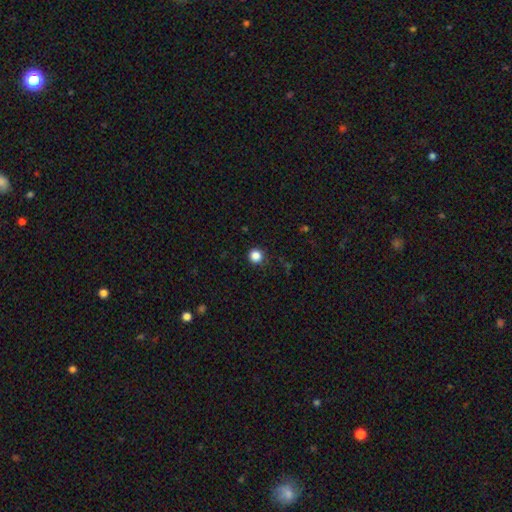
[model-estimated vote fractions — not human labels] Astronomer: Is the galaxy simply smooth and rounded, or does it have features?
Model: smooth — 85%.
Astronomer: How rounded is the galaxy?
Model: round — 95%.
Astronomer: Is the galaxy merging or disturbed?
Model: none — 91%.